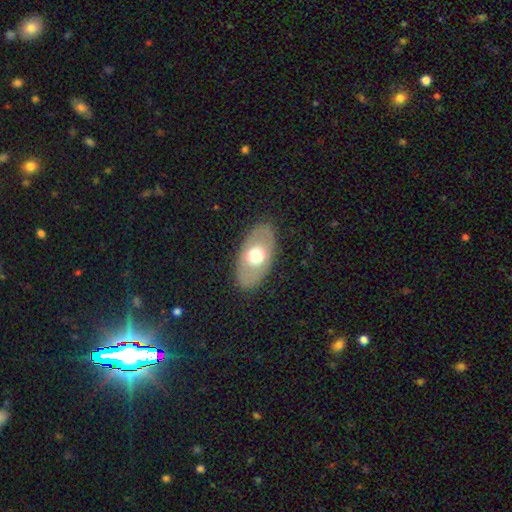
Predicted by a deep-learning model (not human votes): This appears to be a smooth galaxy with no disk features (54%) that is in between round and cigar-shaped (90%). Merging: none (84%).